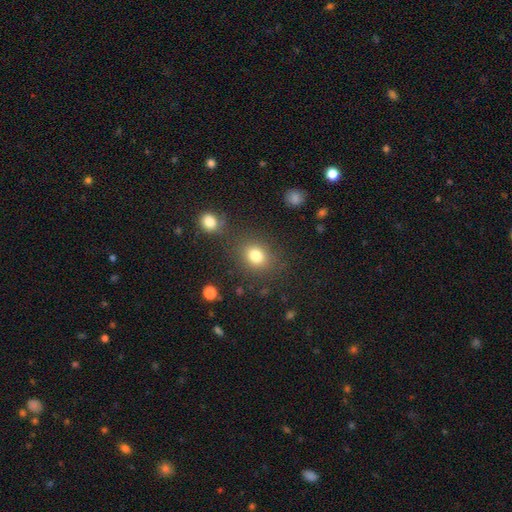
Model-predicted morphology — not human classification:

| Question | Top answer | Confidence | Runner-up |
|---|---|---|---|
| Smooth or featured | smooth | 81% | star or artifact (12%) |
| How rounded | round | 59% | in between (40%) |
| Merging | none | 76% | minor disturbance (11%) |